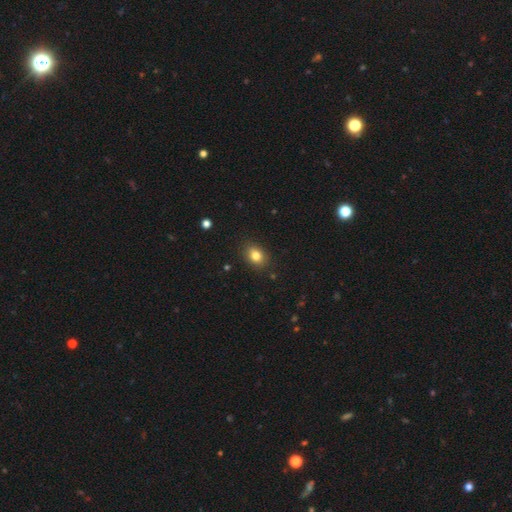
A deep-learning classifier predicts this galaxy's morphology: Smooth or featured? smooth (82%)
How rounded? in between (64%)
Merging? none (87%)